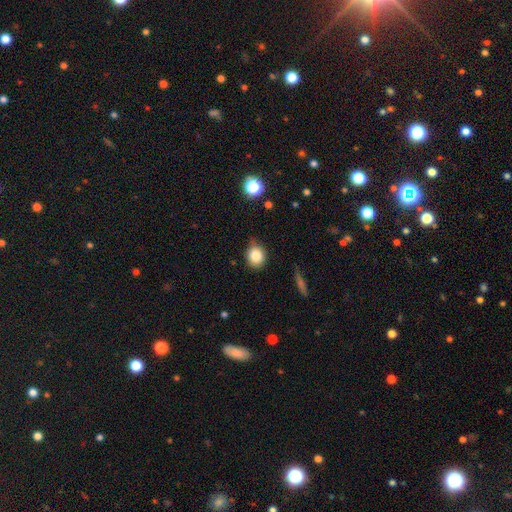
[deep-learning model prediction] The model was most divided on "how rounded": round: 73%, in between: 26%, cigar-shaped: 1%. More confident: smooth or featured — smooth (82%); merging — none (74%).